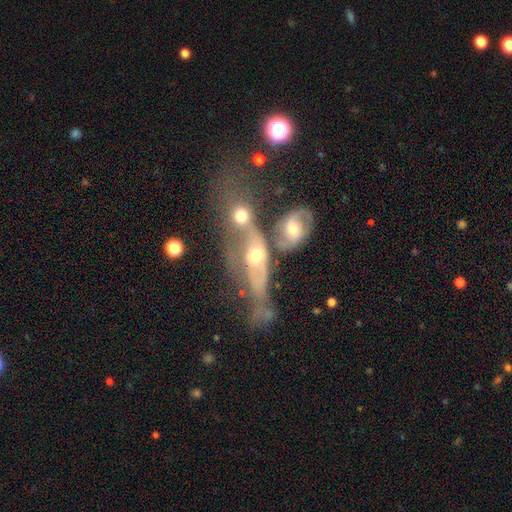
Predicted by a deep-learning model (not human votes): Q: Smooth or featured?
A: featured or disk (51%); runner-up: smooth (37%)
Q: Edge-on disk?
A: no (80%); runner-up: yes (20%)
Q: Merging?
A: merger (62%); runner-up: none (15%)